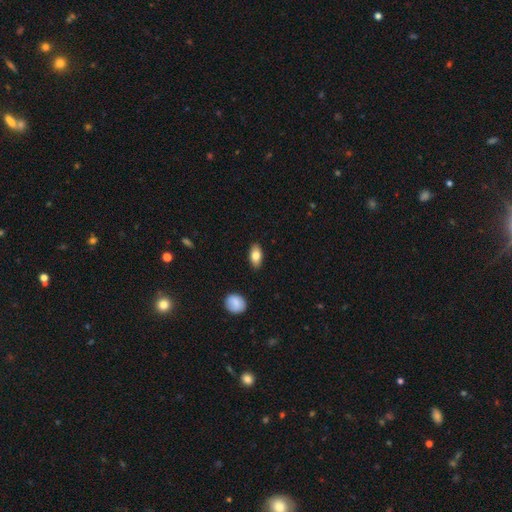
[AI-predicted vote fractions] Overall: smooth (81%). How rounded: in between (89%). Merging: none (88%).